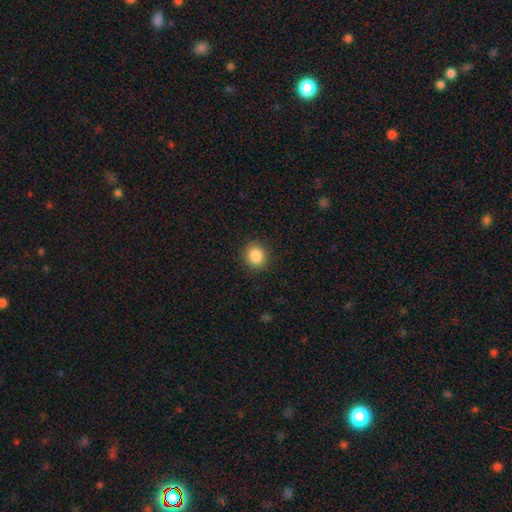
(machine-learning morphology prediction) Smooth or featured? Predicted: smooth (p=0.87). How rounded? Predicted: round (p=0.81). Merging? Predicted: none (p=0.90).